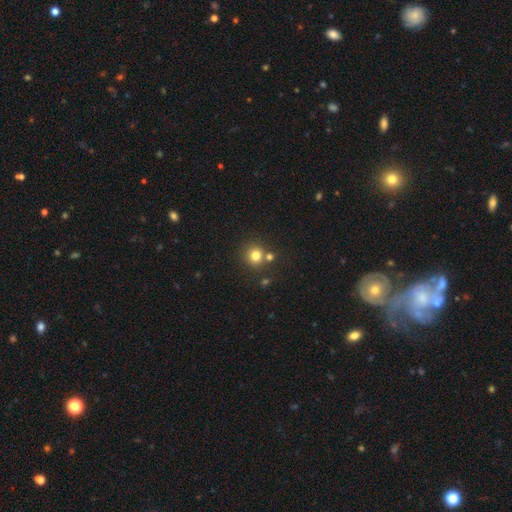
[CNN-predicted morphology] smooth_or_featured: smooth (p=0.78) [alt: star or artifact p=0.14]
how_rounded: round (p=0.92) [alt: in between p=0.07]
merging: none (p=0.72) [alt: merger p=0.18]